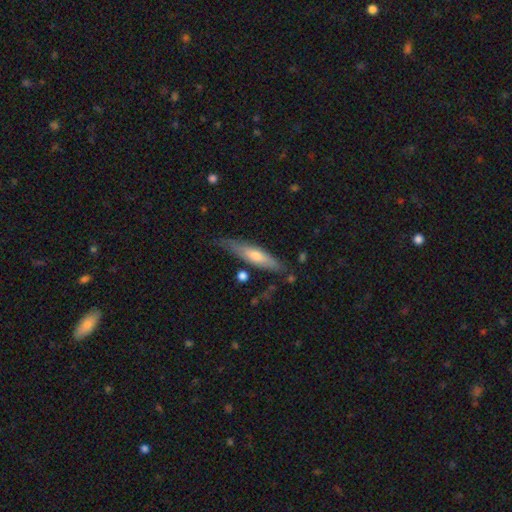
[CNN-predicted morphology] Smooth or featured?
  - featured or disk: 48% *
  - smooth: 46%
  - star or artifact: 7%
Merging?
  - none: 72% *
  - minor disturbance: 20%
  - major disturbance: 4%
  - merger: 3%